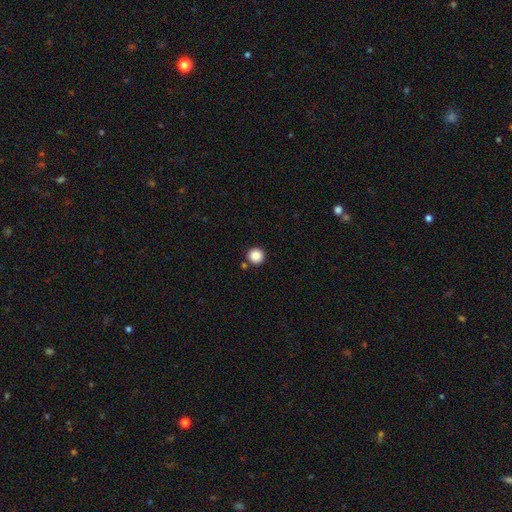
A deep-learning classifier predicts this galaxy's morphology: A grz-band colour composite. It shows a smooth galaxy with no disk features (88%) that is round (96%). Merging: none (88%).